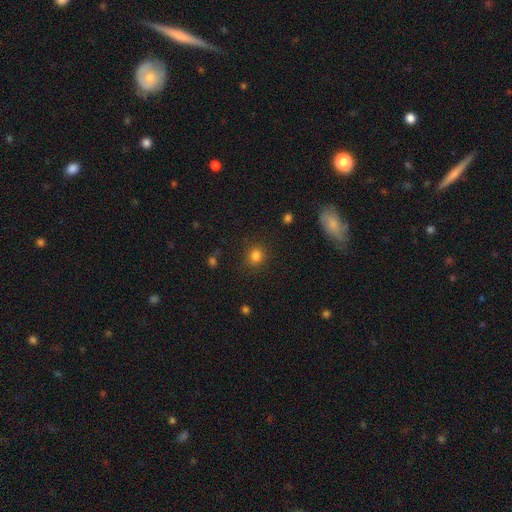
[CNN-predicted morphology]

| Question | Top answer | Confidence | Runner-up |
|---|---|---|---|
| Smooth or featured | smooth | 82% | star or artifact (13%) |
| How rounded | round | 86% | in between (13%) |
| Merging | none | 87% | minor disturbance (8%) |